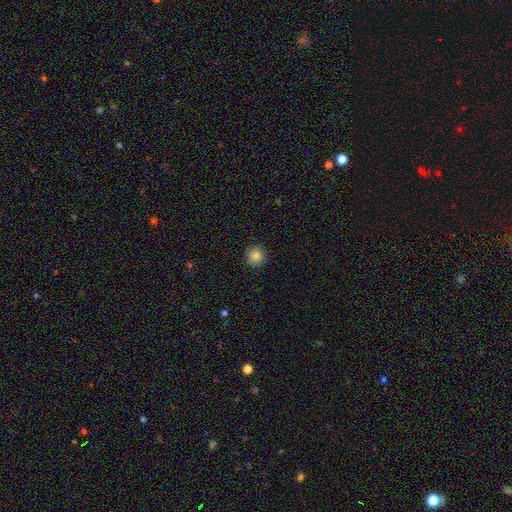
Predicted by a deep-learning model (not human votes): A smooth galaxy with no disk features (84%) that is round (94%).

Vote fractions:
- Smooth or featured? smooth: 84% / star or artifact: 10% / featured or disk: 6%
- How rounded? round: 94% / in between: 5% / cigar-shaped: 1%
- Merging? none: 90% / minor disturbance: 7% / major disturbance: 2% / merger: 1%